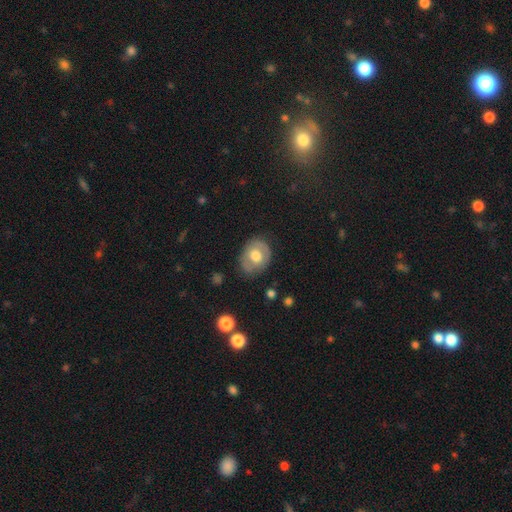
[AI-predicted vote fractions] A smooth galaxy with no disk features (57%) that is in between round and cigar-shaped (51%). Merging: none (76%).